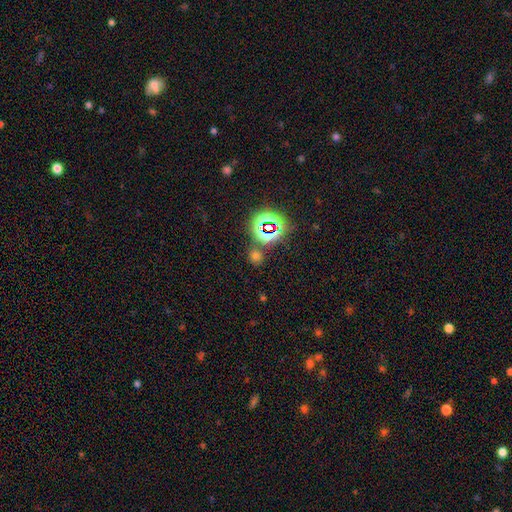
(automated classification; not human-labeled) Smooth or featured? Predicted: smooth (p=0.53). How rounded? Predicted: round (p=0.81). Merging? Predicted: none (p=0.75).